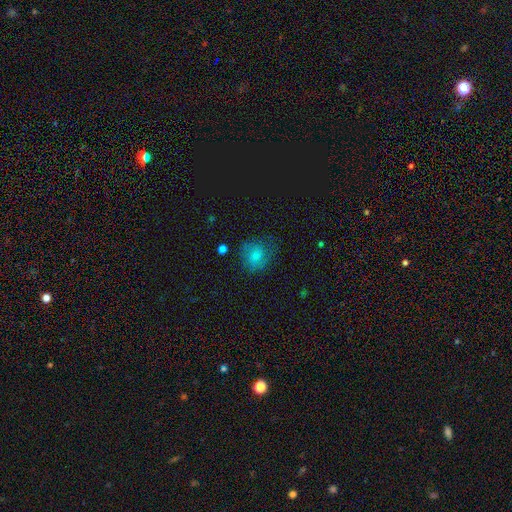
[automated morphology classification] Smooth or featured?
  - smooth: 60% *
  - featured or disk: 22%
  - star or artifact: 18%
How rounded?
  - round: 78% *
  - in between: 21%
  - cigar-shaped: 1%
Merging?
  - none: 67% *
  - minor disturbance: 22%
  - major disturbance: 9%
  - merger: 2%